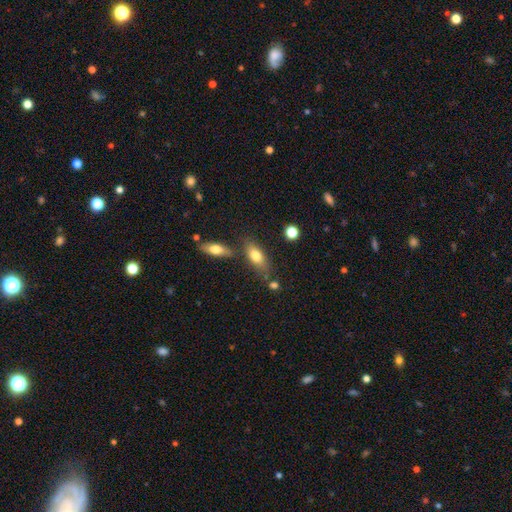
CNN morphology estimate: A smooth galaxy with no disk features (75%) that is in between round and cigar-shaped (78%). Merging: none (63%).